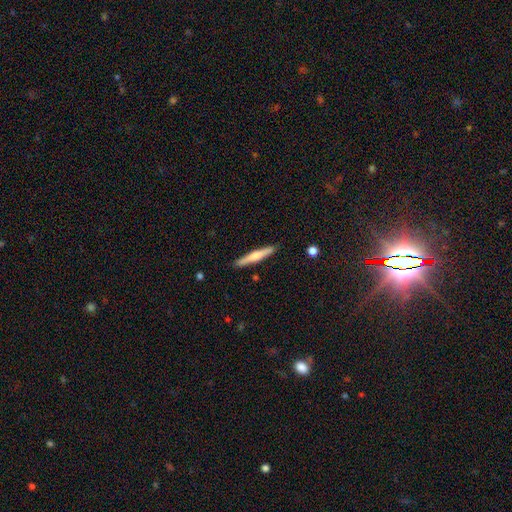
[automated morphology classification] A smooth galaxy with no disk features (52%) that is cigar-shaped (94%).

Vote fractions:
- Smooth or featured? smooth: 52% / featured or disk: 42% / star or artifact: 5%
- How rounded? cigar-shaped: 94% / in between: 5% / round: 1%
- Merging? none: 90% / minor disturbance: 7% / major disturbance: 1% / merger: 1%